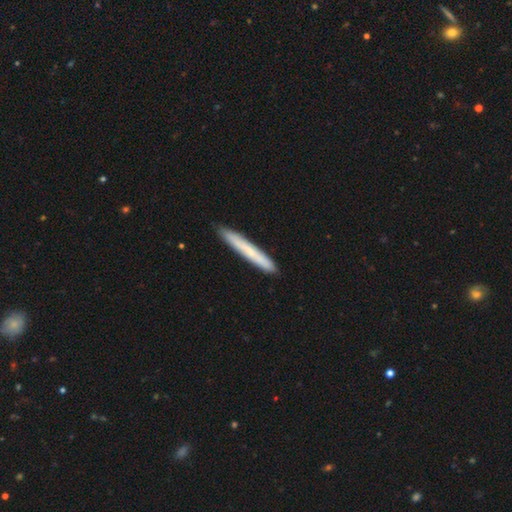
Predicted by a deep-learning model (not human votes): smooth 69%, featured or disk 26%, star or artifact 5%. Down the decision tree: how rounded — cigar-shaped (96%); merging — none (89%).